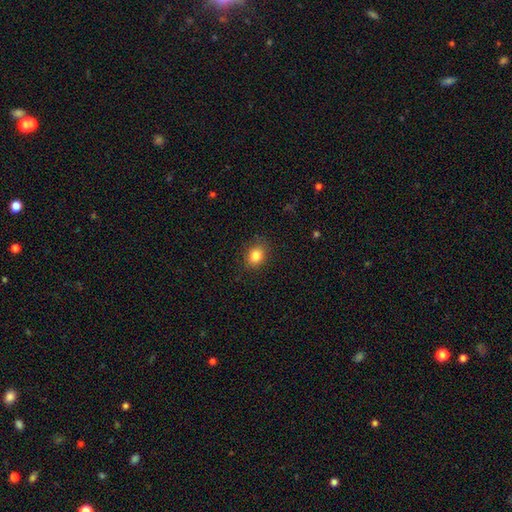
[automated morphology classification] smooth_or_featured: smooth (p=0.84) [alt: star or artifact p=0.10]
how_rounded: in between (p=0.53) [alt: round p=0.46]
merging: none (p=0.85) [alt: minor disturbance p=0.11]